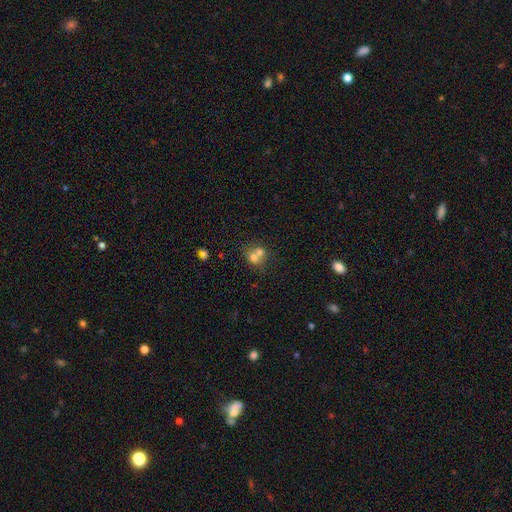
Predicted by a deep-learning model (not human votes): Morphology: type=smooth (68%); roundness=round (75%); merging=merger (64%).